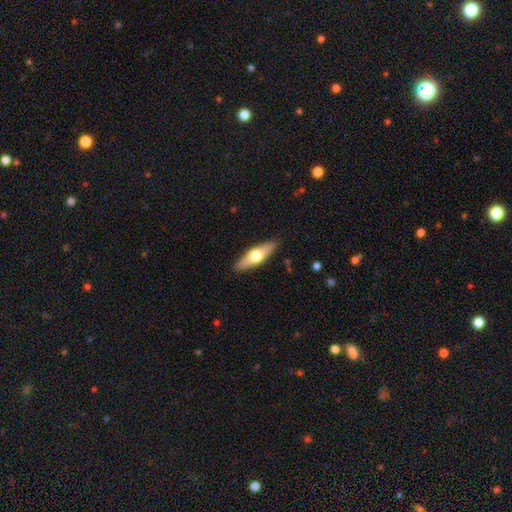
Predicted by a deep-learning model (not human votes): Smooth or featured: smooth — 50% (featured or disk — 45%)
Merging: none — 89% (minor disturbance — 8%)